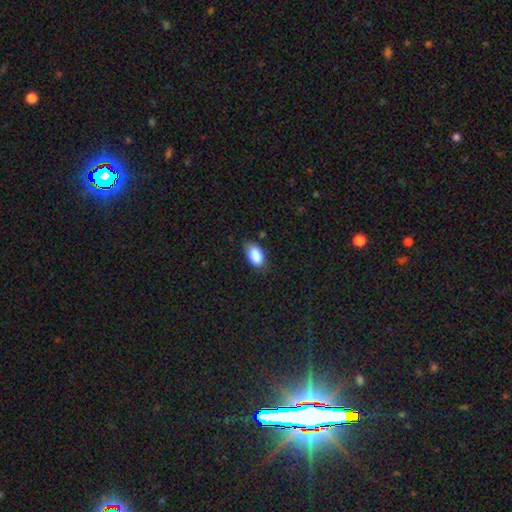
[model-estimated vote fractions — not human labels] Smooth or featured? Predicted: smooth (p=0.87). How rounded? Predicted: in between (p=0.93). Merging? Predicted: none (p=0.71).